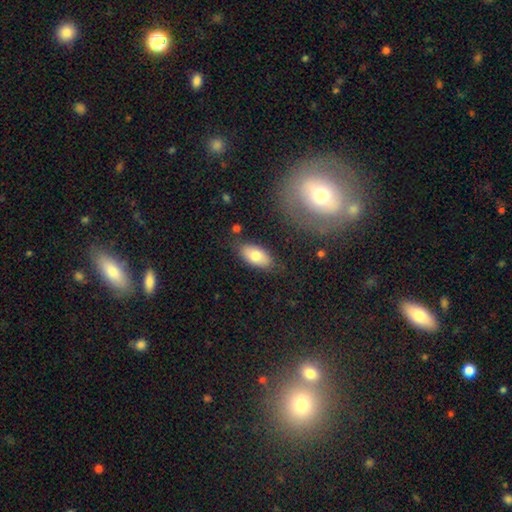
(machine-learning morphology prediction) A smooth galaxy with no disk features (78%) that is in between round and cigar-shaped (92%).

Vote fractions:
- Smooth or featured? smooth: 78% / featured or disk: 15% / star or artifact: 7%
- How rounded? in between: 92% / cigar-shaped: 5% / round: 3%
- Merging? none: 78% / minor disturbance: 15% / merger: 4% / major disturbance: 4%